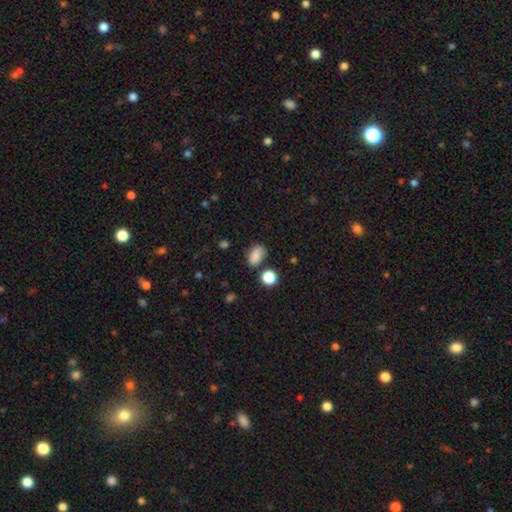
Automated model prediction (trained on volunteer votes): Overall: smooth (84%). How rounded: in between (84%). Merging: none (71%).